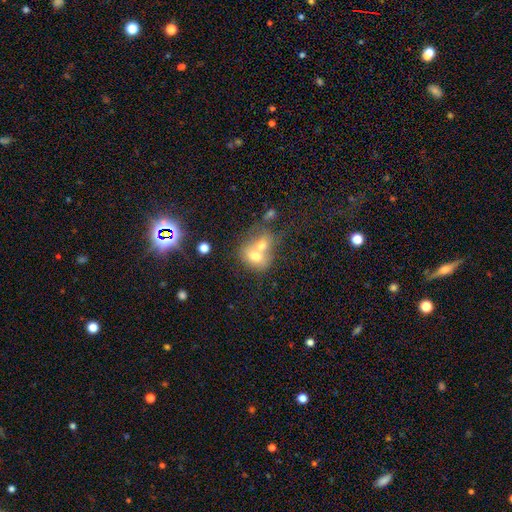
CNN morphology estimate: This appears to be a smooth galaxy with no disk features (65%) that is round (49%, tied with in between). Merging: merger (71%).